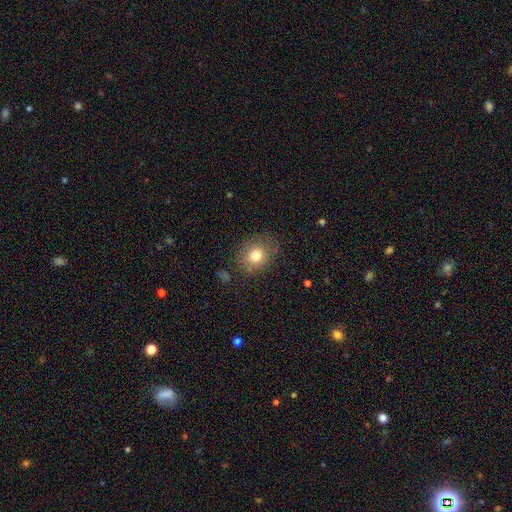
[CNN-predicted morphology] This is likely a smooth galaxy (76%). How rounded: likely round (72%). Merging: likely none (78%).